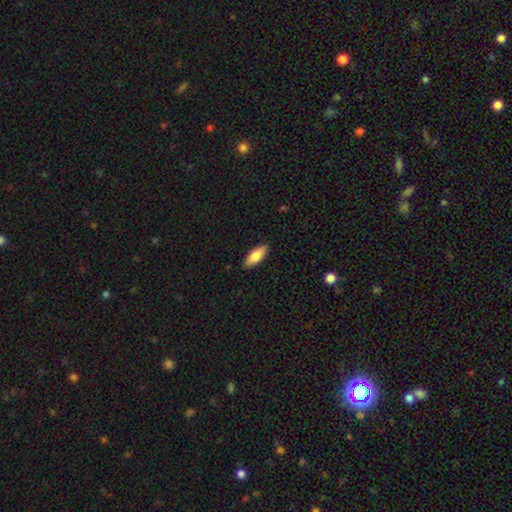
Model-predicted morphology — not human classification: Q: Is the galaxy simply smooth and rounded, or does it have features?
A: smooth — 81%.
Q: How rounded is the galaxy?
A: in between — 74%.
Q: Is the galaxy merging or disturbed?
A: none — 89%.